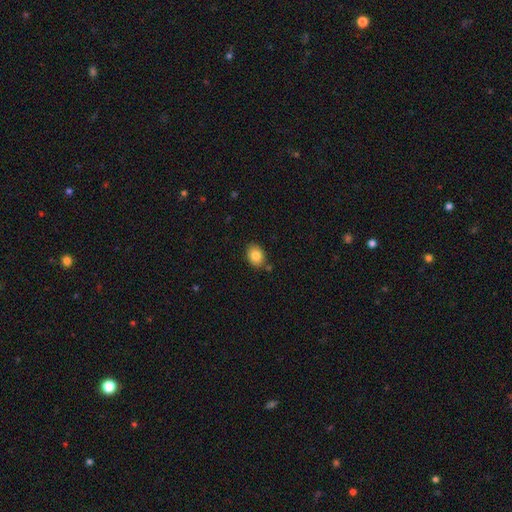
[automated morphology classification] This is clearly a smooth galaxy (84%). How rounded: likely in between (62%). Merging: clearly none (82%).